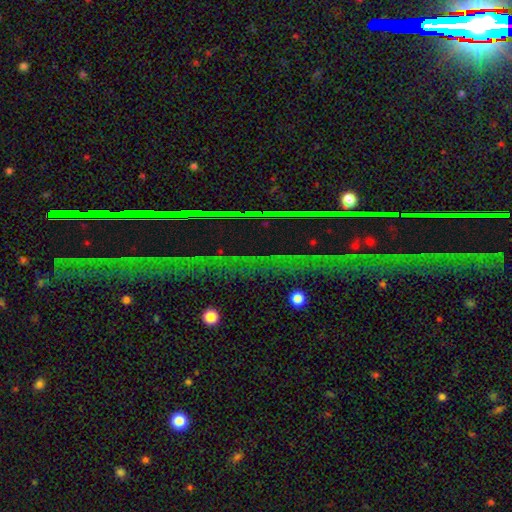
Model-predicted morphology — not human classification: smooth-or-featured: star or artifact: 86% | featured or disk: 8% | smooth: 6%